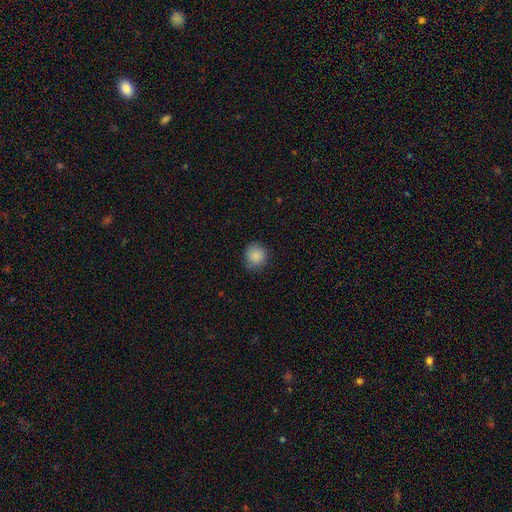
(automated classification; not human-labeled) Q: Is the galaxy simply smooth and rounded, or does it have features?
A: smooth — 88%.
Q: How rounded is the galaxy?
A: round — 87%.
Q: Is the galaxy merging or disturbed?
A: none — 85%.